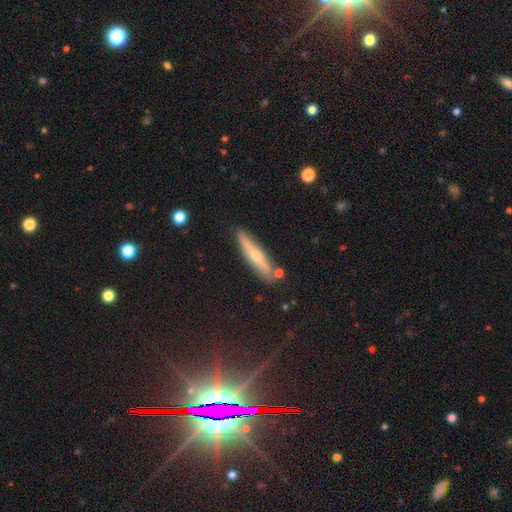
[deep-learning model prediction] smooth-or-featured: featured or disk: 49% | smooth: 43% | star or artifact: 8%
  merging: none: 83% | minor disturbance: 11% | merger: 4% | major disturbance: 2%